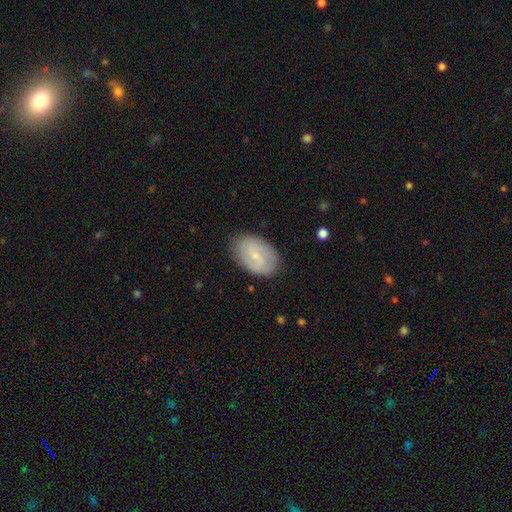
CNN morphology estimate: Smooth or featured?
  - smooth: 54% *
  - featured or disk: 40%
  - star or artifact: 7%
How rounded?
  - in between: 89% *
  - round: 10%
  - cigar-shaped: 1%
Merging?
  - none: 82% *
  - minor disturbance: 14%
  - major disturbance: 3%
  - merger: 1%